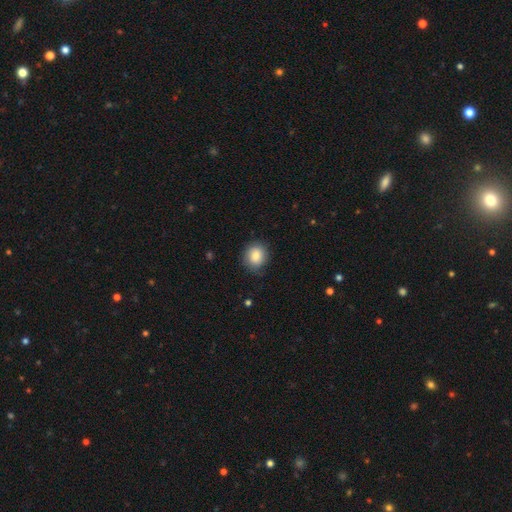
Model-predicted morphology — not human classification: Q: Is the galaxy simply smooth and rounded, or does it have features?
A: smooth — 82%.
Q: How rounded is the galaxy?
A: round — 80%.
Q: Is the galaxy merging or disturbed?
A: none — 80%.